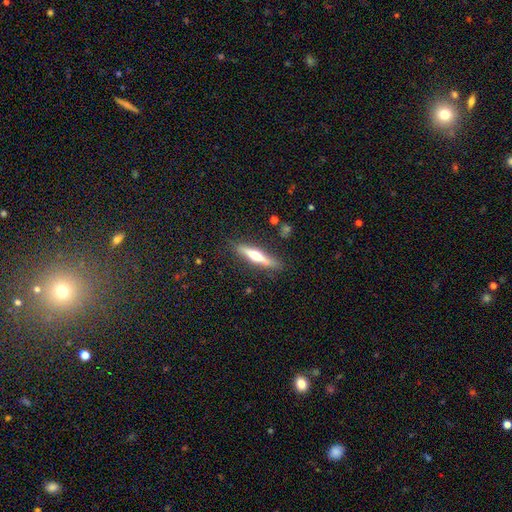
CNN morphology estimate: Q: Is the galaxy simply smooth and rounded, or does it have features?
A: featured or disk — 54%.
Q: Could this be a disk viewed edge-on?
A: yes — 94%.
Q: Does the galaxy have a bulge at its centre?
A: rounded — 88%.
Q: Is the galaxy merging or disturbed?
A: none — 85%.